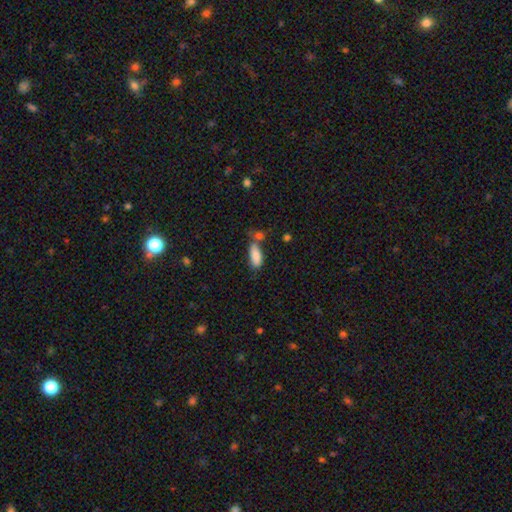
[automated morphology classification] This is clearly a smooth galaxy (86%). How rounded: clearly in between (81%). Merging: possibly none (52%).